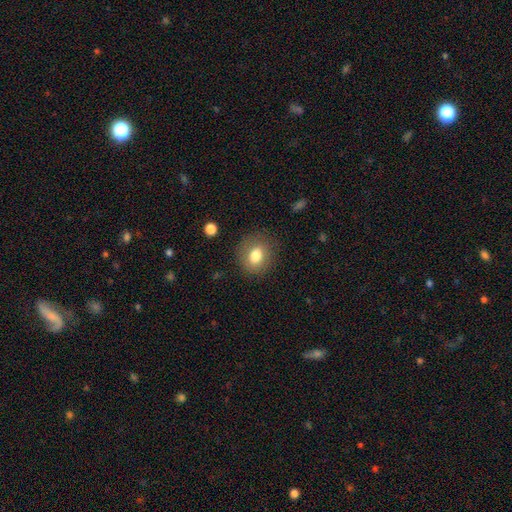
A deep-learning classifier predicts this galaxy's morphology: This appears to be a smooth galaxy with no disk features (79%) that is round (65%). Merging: none (84%).